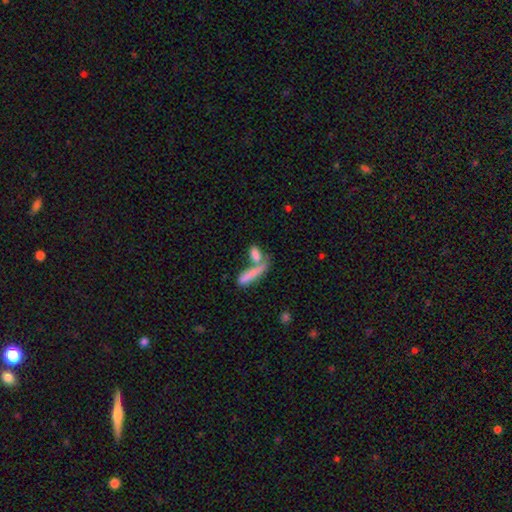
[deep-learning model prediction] Smooth or featured: smooth — 77% (featured or disk — 15%)
How rounded: in between — 50% (cigar-shaped — 43%)
Merging: merger — 44% (none — 39%)